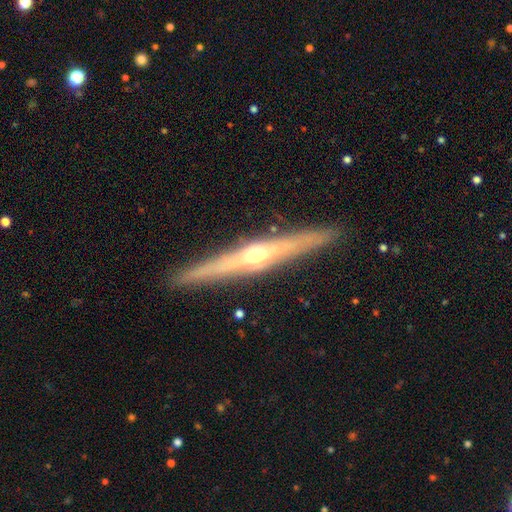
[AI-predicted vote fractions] Smooth or featured?
  - featured or disk: 75% *
  - smooth: 19%
  - star or artifact: 6%
Edge-on disk?
  - yes: 97% *
  - no: 3%
Edge-on bulge?
  - rounded: 89% *
  - none: 7%
  - boxy: 4%
Merging?
  - none: 91% *
  - minor disturbance: 6%
  - major disturbance: 1%
  - merger: 1%